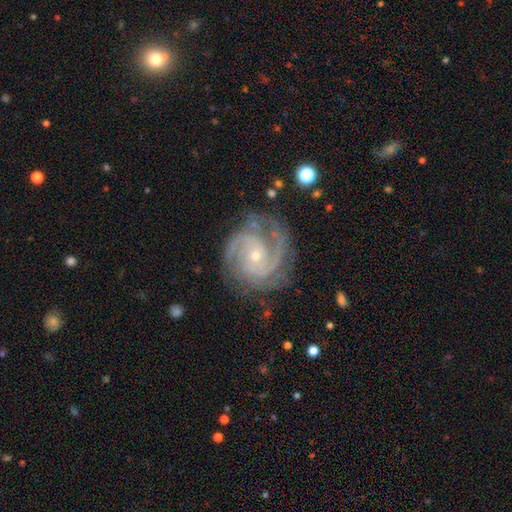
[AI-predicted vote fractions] smooth_or_featured: featured or disk (p=0.91) [alt: star or artifact p=0.05]
disk_edge_on: no (p=0.98) [alt: yes p=0.02]
bar: no (p=0.66) [alt: weak p=0.26]
has_spiral_arms: yes (p=0.98) [alt: no p=0.02]
spiral_winding: tight (p=0.59) [alt: medium p=0.36]
spiral_arm_count: 2 (p=0.48) [alt: 3 p=0.25]
bulge_size: small (p=0.72) [alt: moderate p=0.24]
merging: none (p=0.75) [alt: minor disturbance p=0.17]